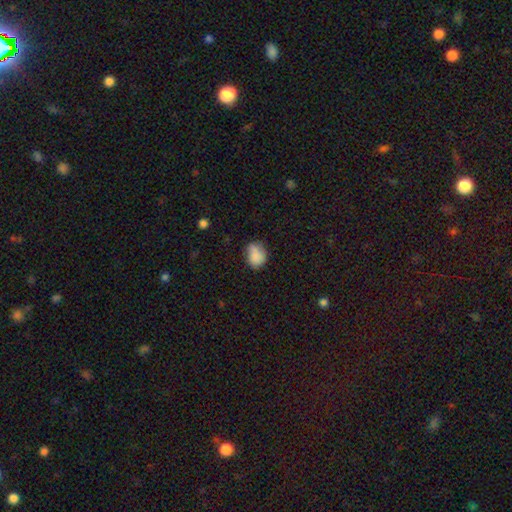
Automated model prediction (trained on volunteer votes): Morphology: type=smooth (82%); roundness=in between (61%); merging=none (55%).